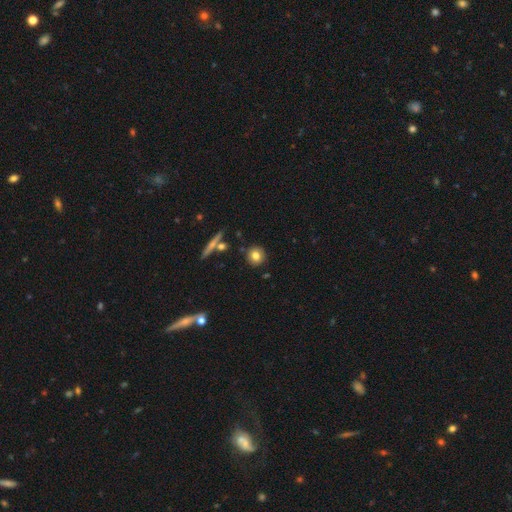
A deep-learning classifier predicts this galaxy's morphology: A smooth galaxy with no disk features (77%) that is round (87%).

Vote fractions:
- Smooth or featured? smooth: 77% / featured or disk: 13% / star or artifact: 10%
- How rounded? round: 87% / in between: 11% / cigar-shaped: 2%
- Merging? none: 86% / minor disturbance: 8% / merger: 4% / major disturbance: 2%